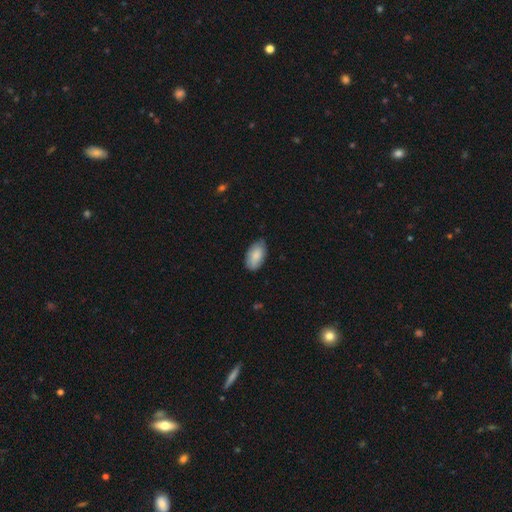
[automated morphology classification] A smooth galaxy with no disk features (84%) that is in between round and cigar-shaped (95%).

Vote fractions:
- Smooth or featured? smooth: 84% / featured or disk: 10% / star or artifact: 6%
- How rounded? in between: 95% / round: 3% / cigar-shaped: 2%
- Merging? none: 75% / minor disturbance: 22% / major disturbance: 3% / merger: 1%